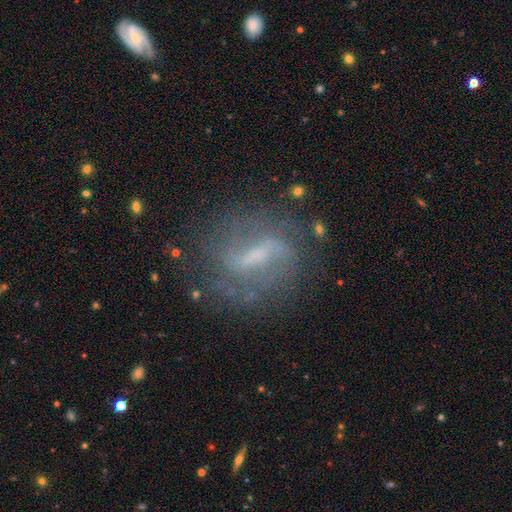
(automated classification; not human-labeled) smooth-or-featured: featured or disk: 77% | smooth: 14% | star or artifact: 9%
  disk-edge-on: no: 92% | yes: 8%
    bar: strong: 47% | weak: 42% | no: 11%
    has-spiral-arms: yes: 85% | no: 15%
      spiral-winding: medium: 40% | loose: 34% | tight: 25%
      spiral-arm-count: 2: 68% | can't tell: 19% | 1: 5% | 3: 4% | 4: 2% | more than 4: 2%
    bulge-size: small: 44% | moderate: 27% | none: 24% | large: 4% | dominant: 1%
  merging: none: 74% | minor disturbance: 16% | major disturbance: 8% | merger: 2%